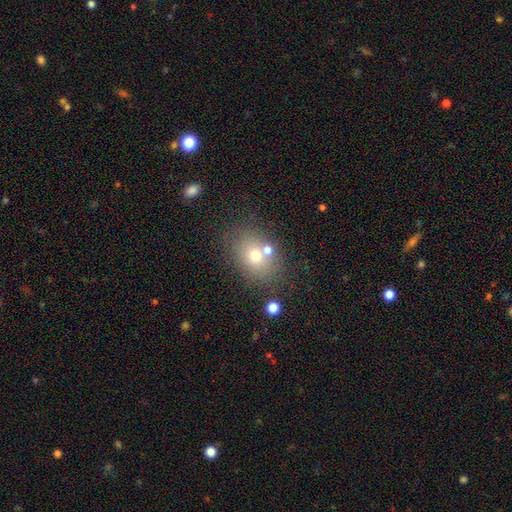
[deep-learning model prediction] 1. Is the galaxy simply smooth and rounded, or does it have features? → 68% smooth, 18% featured or disk, 14% star or artifact.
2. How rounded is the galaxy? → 59% in between, 40% round, 1% cigar-shaped.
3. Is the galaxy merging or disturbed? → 67% none, 17% merger, 12% minor disturbance, 4% major disturbance.